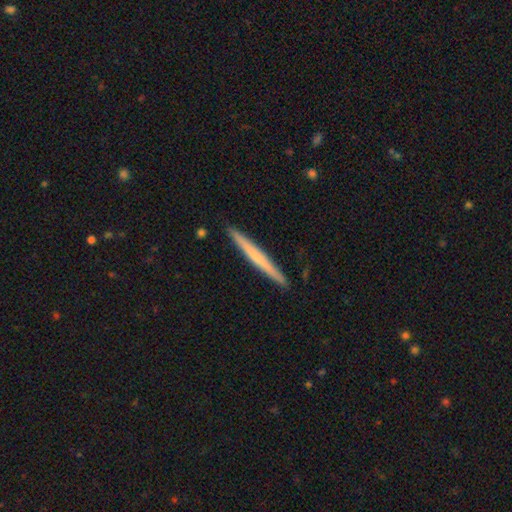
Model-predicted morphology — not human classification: The model was most divided on "smooth or featured": smooth: 53%, featured or disk: 42%, star or artifact: 5%. More confident: how rounded — cigar-shaped (97%); merging — none (92%).